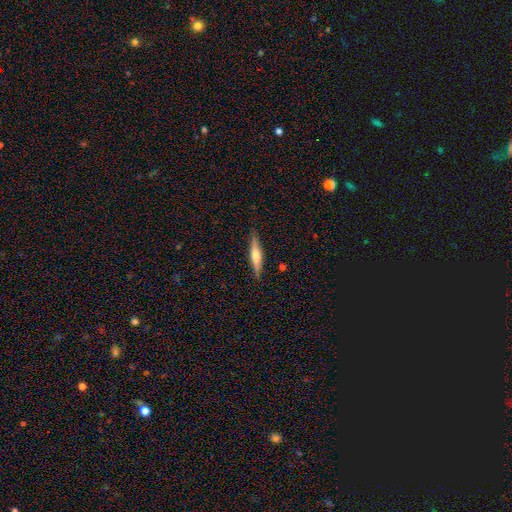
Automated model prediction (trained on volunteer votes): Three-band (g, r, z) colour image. It shows a featured or disk galaxy (56%) viewed edge-on (96%) with a rounded central bulge (84%). Merging: none (88%).